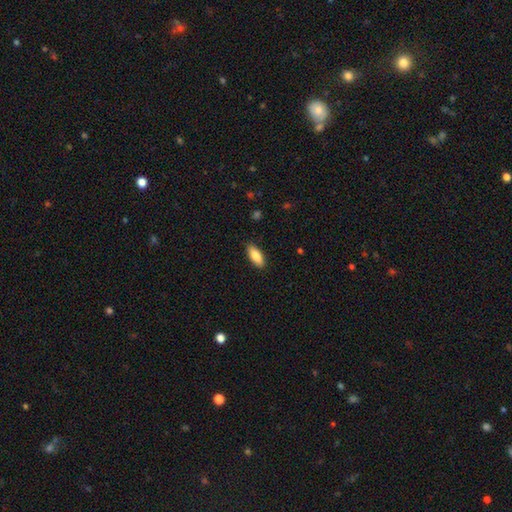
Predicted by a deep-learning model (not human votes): smooth_or_featured: smooth (p=0.86) [alt: featured or disk p=0.08]
how_rounded: in between (p=0.78) [alt: cigar-shaped p=0.20]
merging: none (p=0.88) [alt: minor disturbance p=0.09]